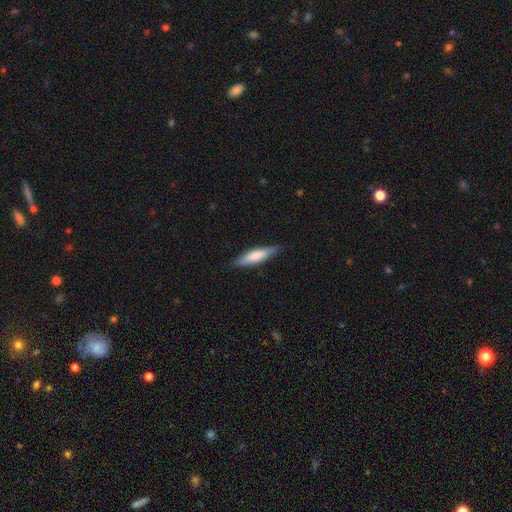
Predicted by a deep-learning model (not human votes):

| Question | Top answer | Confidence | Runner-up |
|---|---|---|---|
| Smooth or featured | smooth | 65% | featured or disk (29%) |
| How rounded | cigar-shaped | 75% | in between (23%) |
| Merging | none | 85% | minor disturbance (12%) |